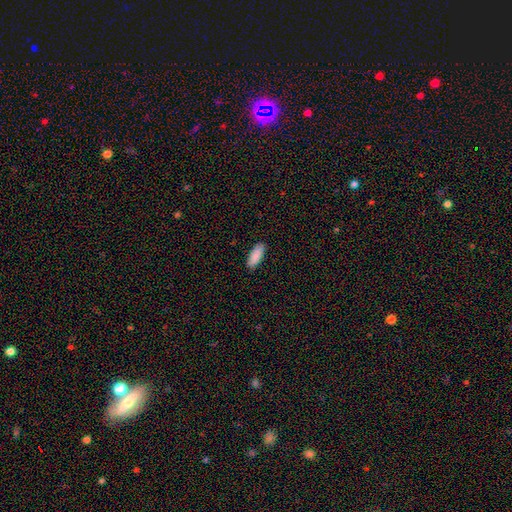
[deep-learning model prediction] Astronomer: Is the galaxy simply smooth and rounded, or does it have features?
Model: smooth — 90%.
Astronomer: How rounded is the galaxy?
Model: in between — 73%.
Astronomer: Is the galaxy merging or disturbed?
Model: none — 89%.